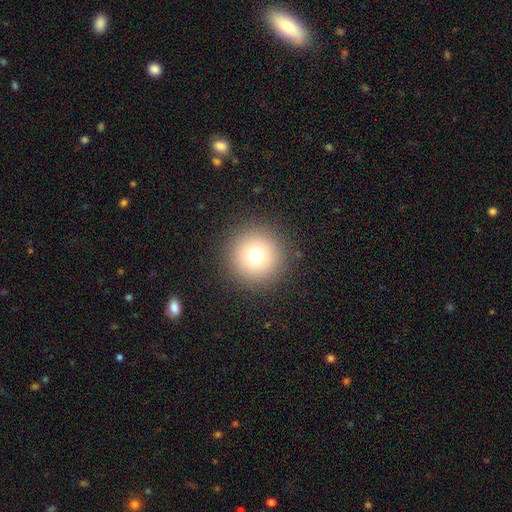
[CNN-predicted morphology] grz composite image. It shows a smooth galaxy with no disk features (74%) that is round (97%). Merging: none (91%).